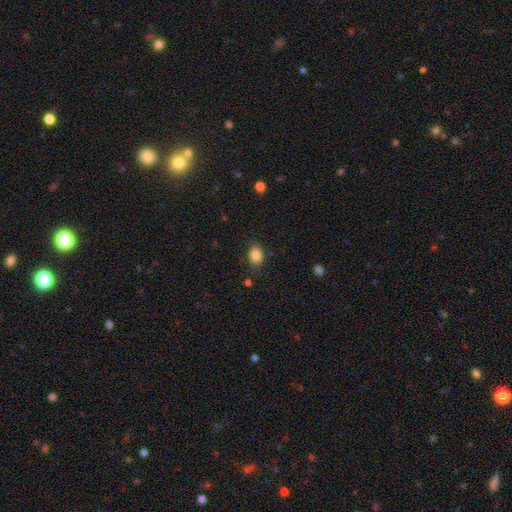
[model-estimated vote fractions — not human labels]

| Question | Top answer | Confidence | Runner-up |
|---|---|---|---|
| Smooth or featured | smooth | 85% | star or artifact (9%) |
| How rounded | in between | 65% | round (34%) |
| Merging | none | 81% | minor disturbance (14%) |